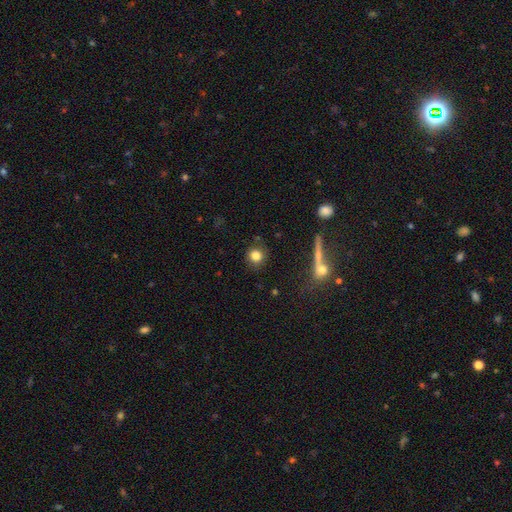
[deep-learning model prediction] This appears to be a smooth galaxy with no disk features (82%) that is round (89%). Merging: none (85%).